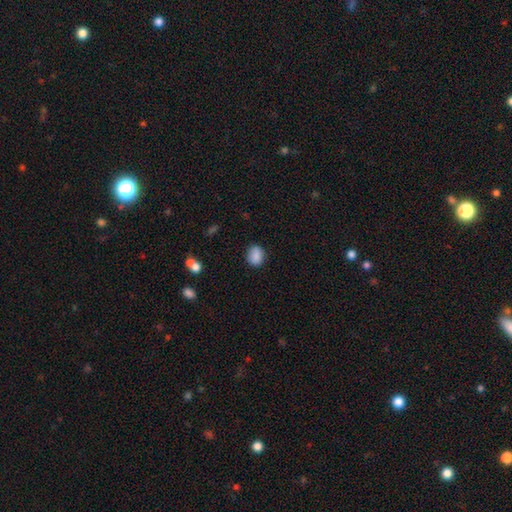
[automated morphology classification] A smooth galaxy with no disk features (87%) that is in between round and cigar-shaped (50%).

Vote fractions:
- Smooth or featured? smooth: 87% / star or artifact: 8% / featured or disk: 5%
- How rounded? in between: 50% / round: 49% / cigar-shaped: 1%
- Merging? none: 83% / minor disturbance: 12% / major disturbance: 3% / merger: 2%